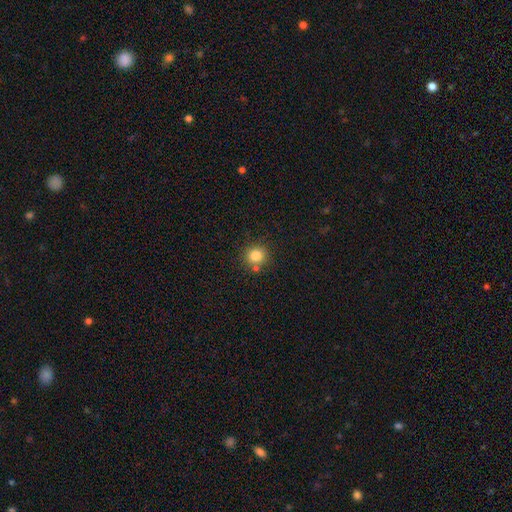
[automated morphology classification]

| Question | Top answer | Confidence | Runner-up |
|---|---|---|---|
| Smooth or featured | smooth | 82% | star or artifact (12%) |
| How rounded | round | 91% | in between (8%) |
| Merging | none | 76% | merger (12%) |